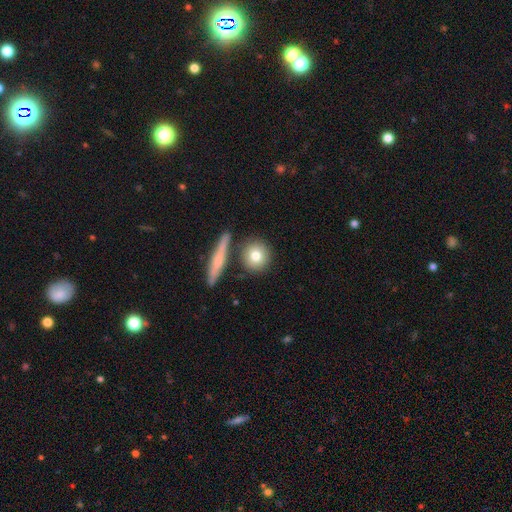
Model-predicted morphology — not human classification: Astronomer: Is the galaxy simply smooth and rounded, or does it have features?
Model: smooth — 77%.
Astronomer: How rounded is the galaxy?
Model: round — 86%.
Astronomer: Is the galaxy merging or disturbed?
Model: none — 79%.